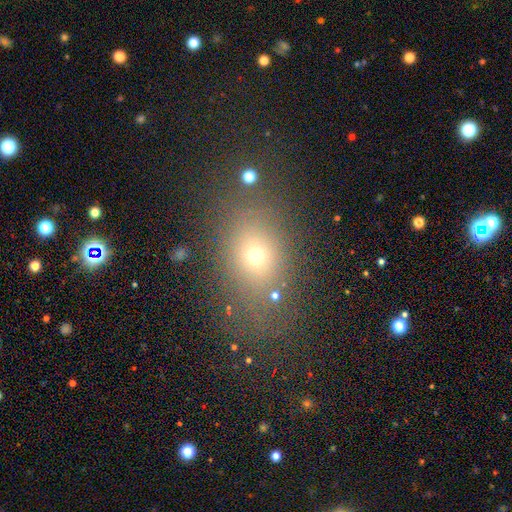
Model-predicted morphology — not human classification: Overall: smooth (65%). How rounded: in between (61%; round 36%). Merging: none (71%).